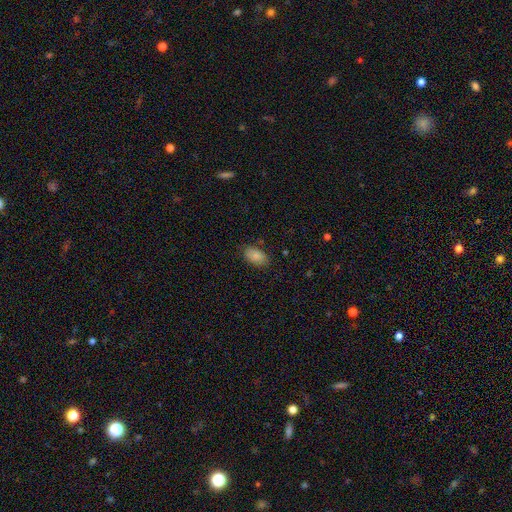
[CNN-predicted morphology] smooth_or_featured: smooth (p=0.86) [alt: star or artifact p=0.08]
how_rounded: in between (p=0.93) [alt: round p=0.05]
merging: none (p=0.83) [alt: minor disturbance p=0.12]